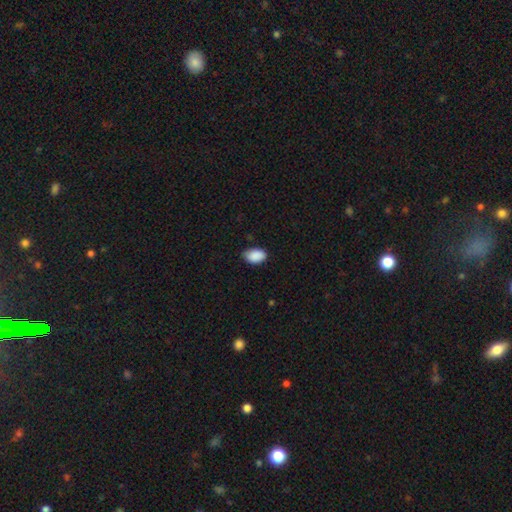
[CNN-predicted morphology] Smooth or featured? Predicted: smooth (p=0.90). How rounded? Predicted: in between (p=0.88). Merging? Predicted: none (p=0.77).